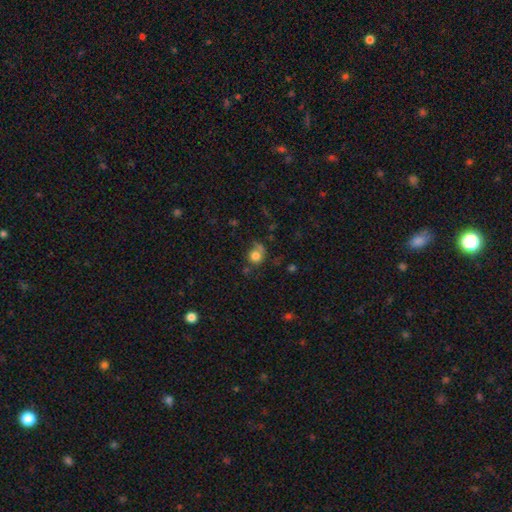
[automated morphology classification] smooth-or-featured: smooth: 79% | star or artifact: 12% | featured or disk: 9%
  how-rounded: round: 82% | in between: 17% | cigar-shaped: 1%
  merging: none: 55% | minor disturbance: 20% | merger: 15% | major disturbance: 10%